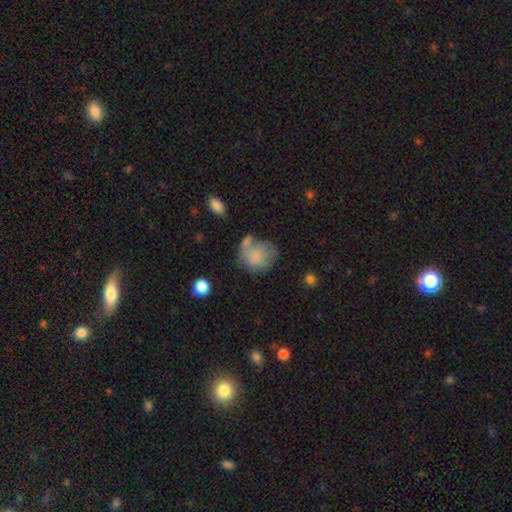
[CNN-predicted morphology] smooth_or_featured: smooth (p=0.75) [alt: featured or disk p=0.17]
how_rounded: round (p=0.69) [alt: in between p=0.30]
merging: none (p=0.42) [alt: minor disturbance p=0.25]